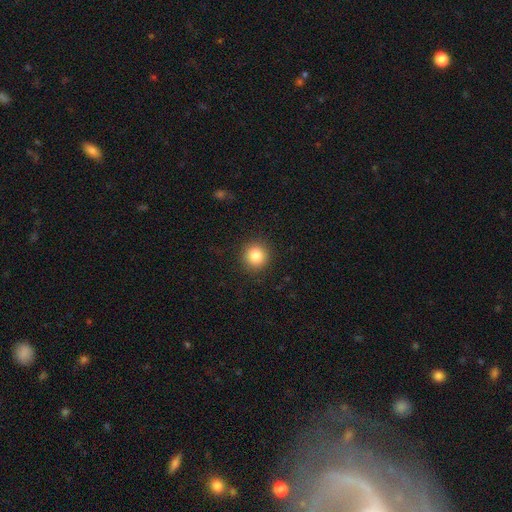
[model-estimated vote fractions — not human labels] smooth 84%, star or artifact 10%, featured or disk 6%. Down the decision tree: how rounded — round (93%); merging — none (91%).